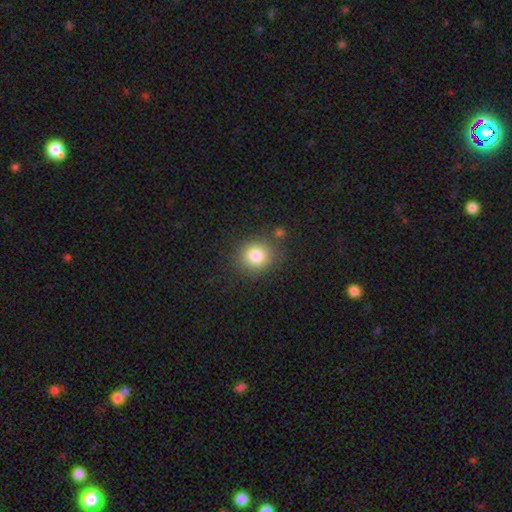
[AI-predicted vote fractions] smooth 82%, star or artifact 11%, featured or disk 7%. Down the decision tree: how rounded — round (83%); merging — none (83%).